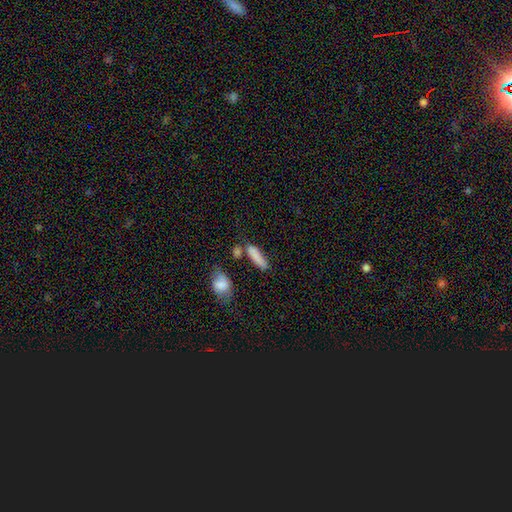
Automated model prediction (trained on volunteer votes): Smooth or featured?
  - smooth: 83% *
  - featured or disk: 9%
  - star or artifact: 8%
How rounded?
  - cigar-shaped: 62% *
  - in between: 35%
  - round: 3%
Merging?
  - none: 62% *
  - minor disturbance: 18%
  - merger: 14%
  - major disturbance: 6%